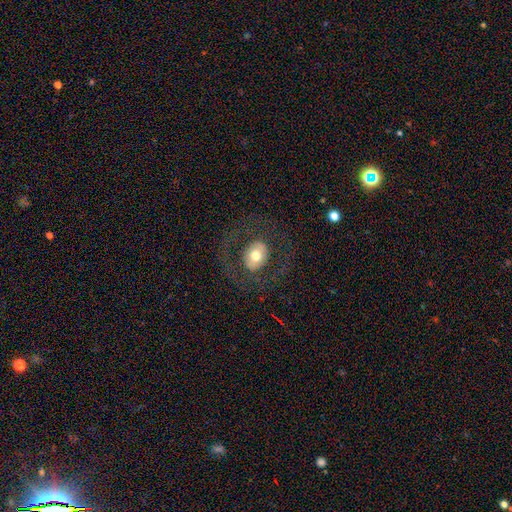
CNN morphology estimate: Smooth or featured?
  - smooth: 51% *
  - featured or disk: 41%
  - star or artifact: 8%
How rounded?
  - in between: 50% *
  - round: 49%
  - cigar-shaped: 1%
Merging?
  - none: 76% *
  - major disturbance: 13%
  - minor disturbance: 11%
  - merger: 1%